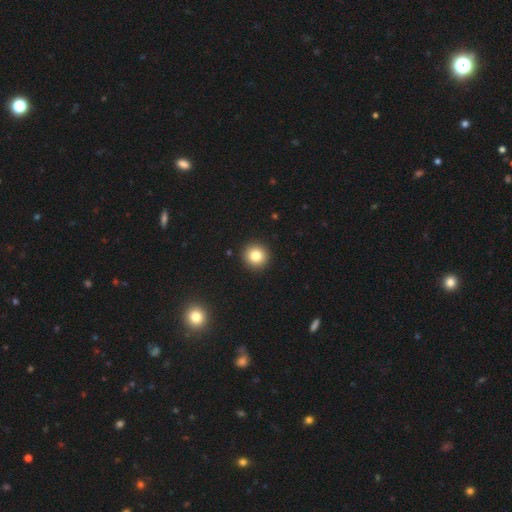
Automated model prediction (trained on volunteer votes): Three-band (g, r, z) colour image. It shows a smooth galaxy with no disk features (81%) that is round (95%). Merging: none (93%).